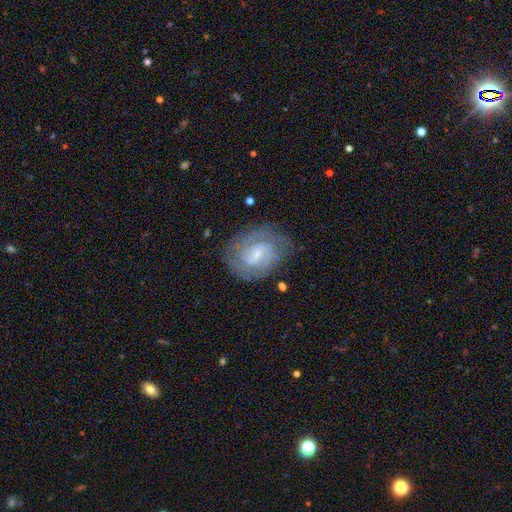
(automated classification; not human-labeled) A featured or disk galaxy (71%) with a weak bar (56%), 2 (50%) tight (60%) spiral arms (93%) and a small central bulge (54%). Merging: none (78%).